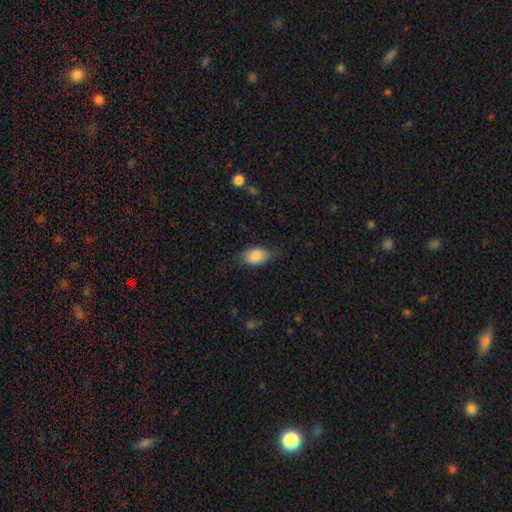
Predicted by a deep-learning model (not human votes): The model was most divided on "merging": none: 72%, minor disturbance: 21%, major disturbance: 5%, merger: 1%. More confident: how rounded — in between (86%); smooth or featured — smooth (86%).